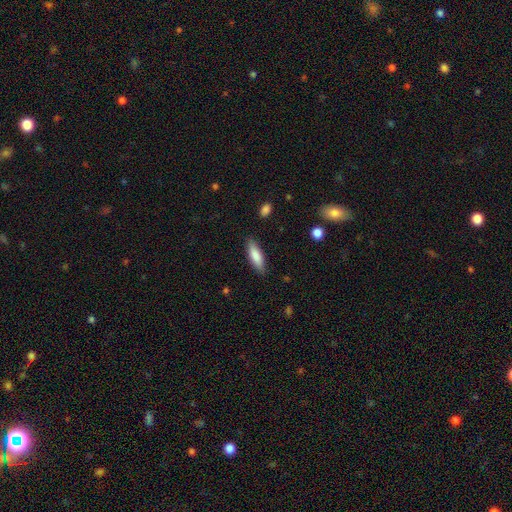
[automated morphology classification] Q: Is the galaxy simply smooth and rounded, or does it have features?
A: smooth — 82%.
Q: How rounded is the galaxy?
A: cigar-shaped — 50%.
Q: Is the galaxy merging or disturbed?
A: none — 86%.